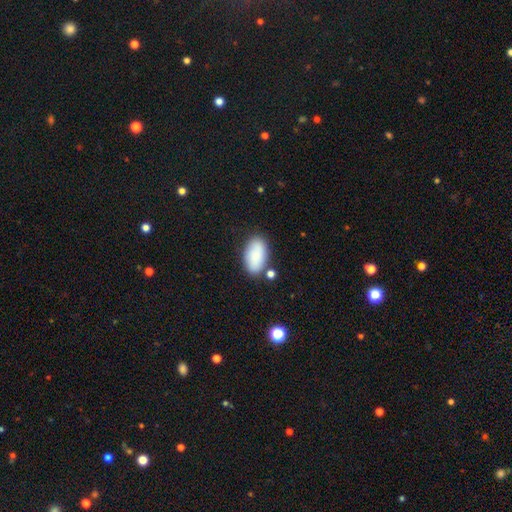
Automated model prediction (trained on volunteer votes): This is clearly a smooth galaxy (85%). How rounded: clearly in between (94%). Merging: likely none (74%).